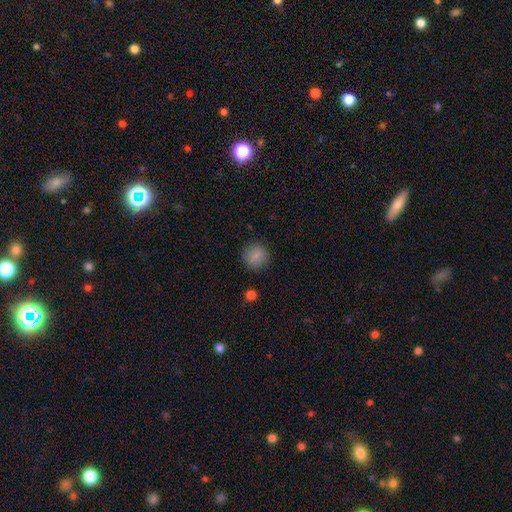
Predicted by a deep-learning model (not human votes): A smooth galaxy with no disk features (85%) that is round (91%). Merging: none (89%).